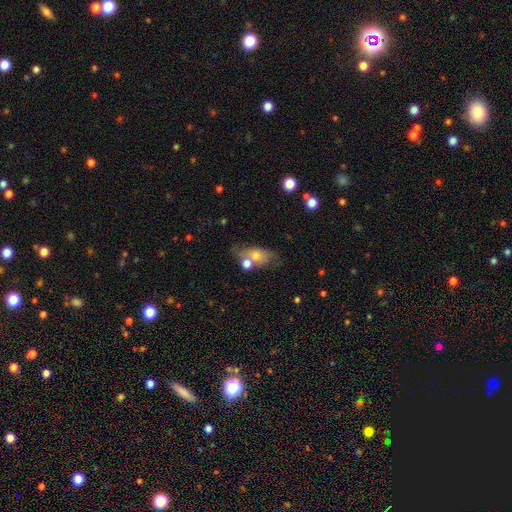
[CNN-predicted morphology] Q: Smooth or featured?
A: smooth (62%); runner-up: featured or disk (29%)
Q: How rounded?
A: in between (77%); runner-up: round (17%)
Q: Merging?
A: none (39%); runner-up: merger (33%)